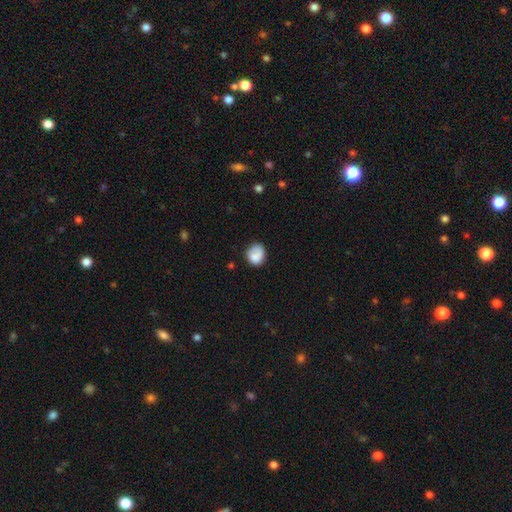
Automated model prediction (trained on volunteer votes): This is clearly a smooth galaxy (81%). How rounded: likely round (67%). Merging: likely none (61%).